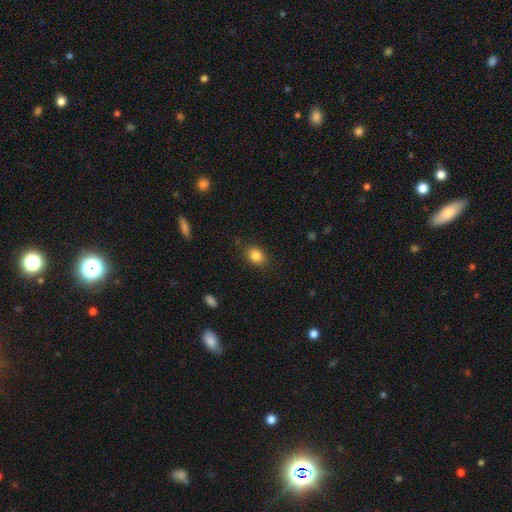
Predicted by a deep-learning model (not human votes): Smooth or featured? Predicted: smooth (p=0.85). How rounded? Predicted: in between (p=0.58). Merging? Predicted: none (p=0.85).